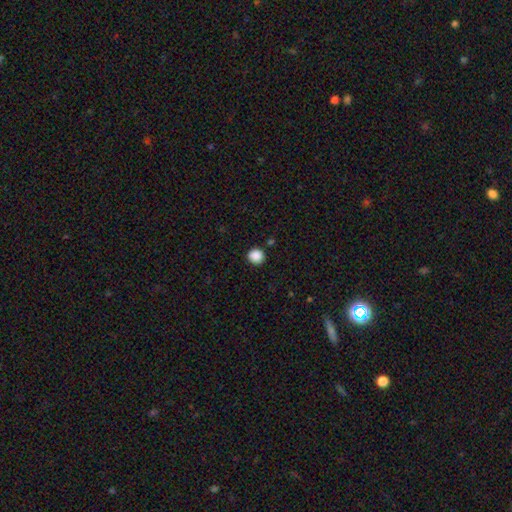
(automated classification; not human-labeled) Overall: smooth (88%). How rounded: round (93%). Merging: none (89%).